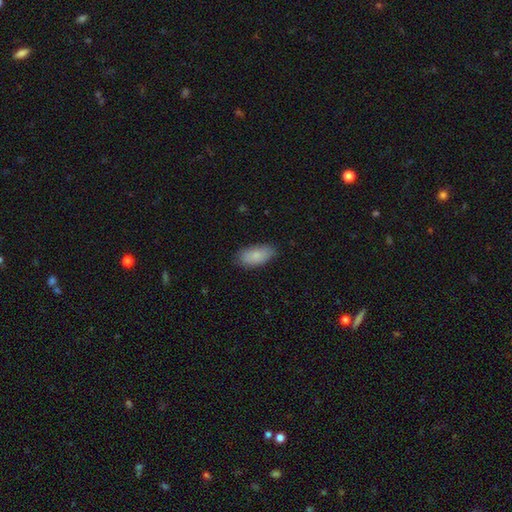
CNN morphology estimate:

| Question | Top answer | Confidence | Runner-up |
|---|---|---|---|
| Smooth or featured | smooth | 85% | featured or disk (9%) |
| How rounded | in between | 91% | cigar-shaped (6%) |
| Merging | none | 80% | minor disturbance (16%) |